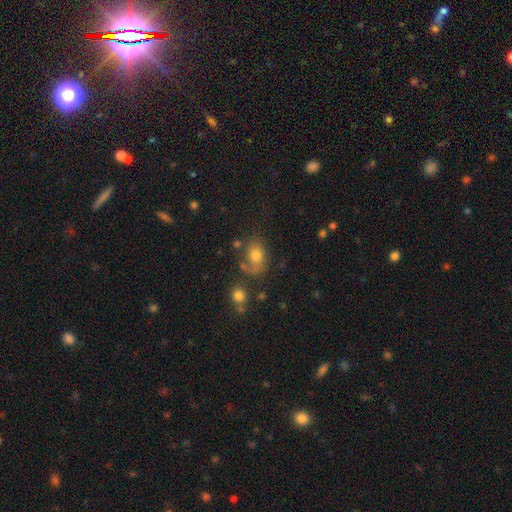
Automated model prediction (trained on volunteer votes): This appears to be a smooth galaxy with no disk features (65%) that is in between round and cigar-shaped (67%). Merging: none (51%).